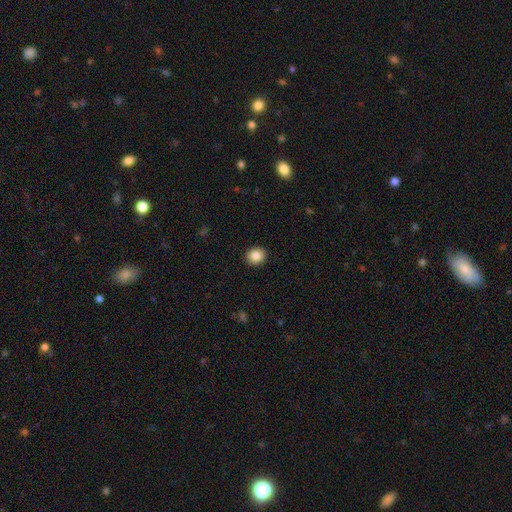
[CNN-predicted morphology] Q: Smooth or featured?
A: smooth (86%); runner-up: star or artifact (9%)
Q: How rounded?
A: round (77%); runner-up: in between (22%)
Q: Merging?
A: none (92%); runner-up: minor disturbance (5%)